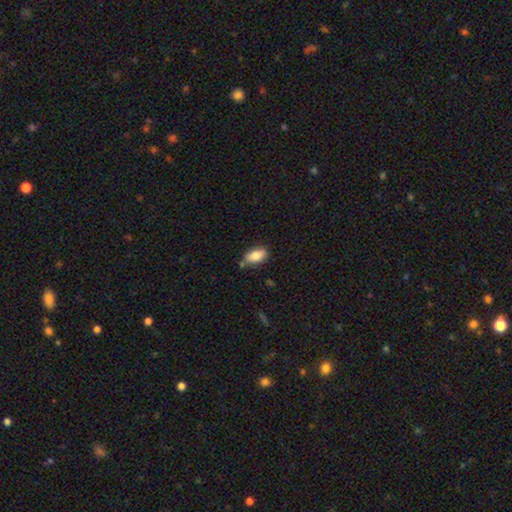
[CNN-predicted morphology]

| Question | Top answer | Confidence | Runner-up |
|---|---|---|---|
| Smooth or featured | smooth | 83% | featured or disk (10%) |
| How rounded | in between | 91% | cigar-shaped (6%) |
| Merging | none | 72% | minor disturbance (17%) |